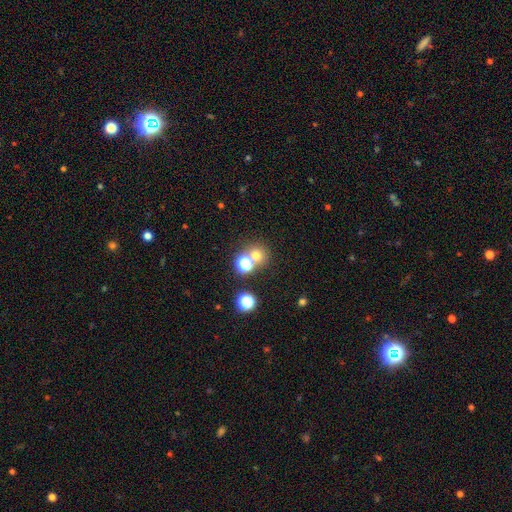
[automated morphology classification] A smooth galaxy with no disk features (66%) that is round (86%). Merging: none (61%).